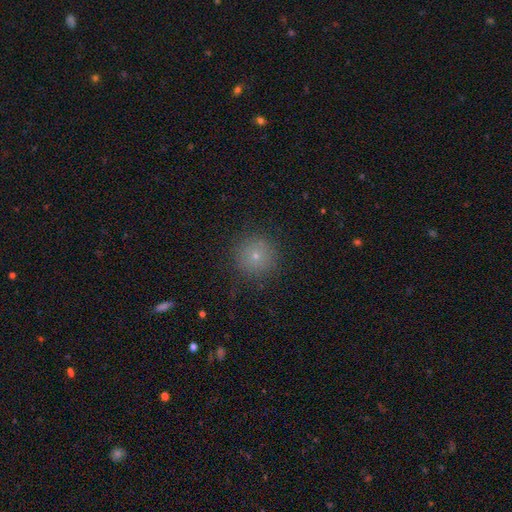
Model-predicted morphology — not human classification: A smooth galaxy with no disk features (73%) that is round (96%). Merging: none (88%).